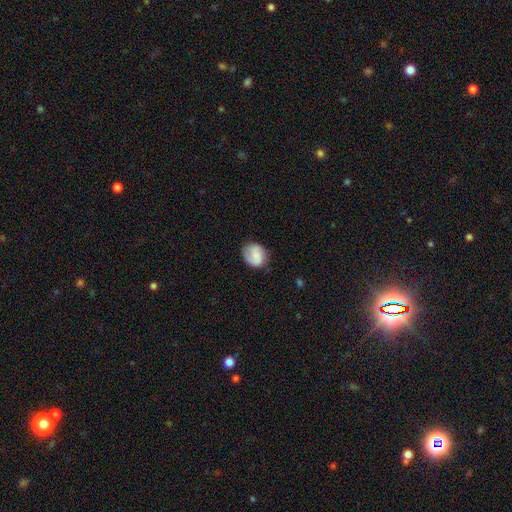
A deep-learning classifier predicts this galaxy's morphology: Smooth or featured?
  - smooth: 67% *
  - featured or disk: 25%
  - star or artifact: 8%
How rounded?
  - round: 63% *
  - in between: 36%
  - cigar-shaped: 1%
Merging?
  - none: 70% *
  - minor disturbance: 22%
  - major disturbance: 7%
  - merger: 1%